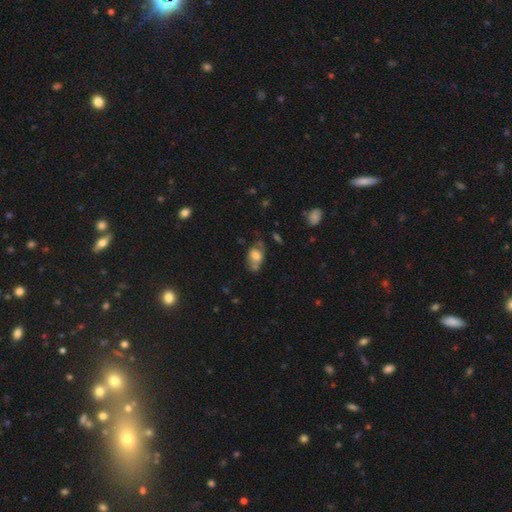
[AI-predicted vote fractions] A smooth galaxy with no disk features (62%) that is in between round and cigar-shaped (84%). Merging: none (38%).